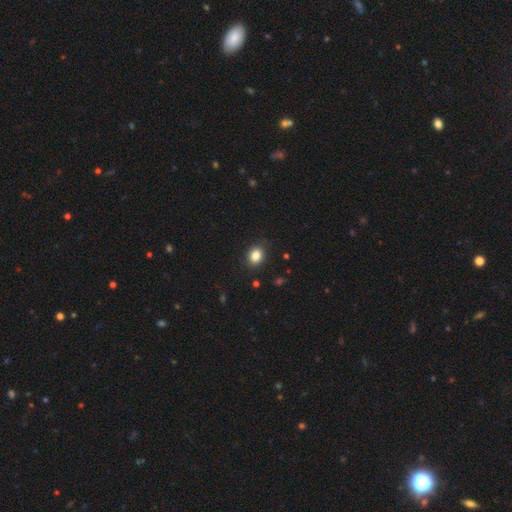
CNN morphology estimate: This appears to be a smooth galaxy with no disk features (85%) that is in between round and cigar-shaped (52%). Merging: none (88%).